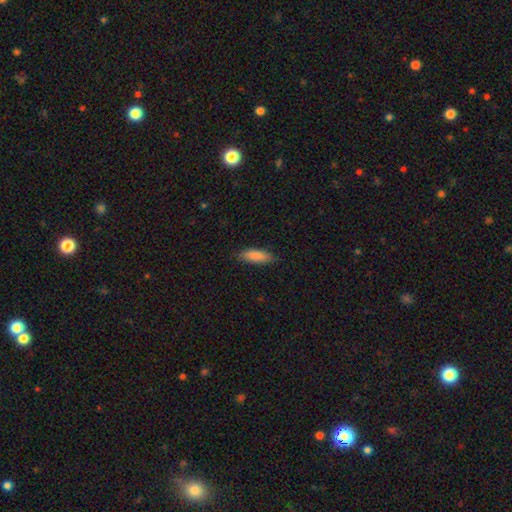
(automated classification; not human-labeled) Q: Smooth or featured?
A: smooth (86%); runner-up: featured or disk (8%)
Q: How rounded?
A: in between (55%); runner-up: cigar-shaped (43%)
Q: Merging?
A: none (84%); runner-up: minor disturbance (12%)